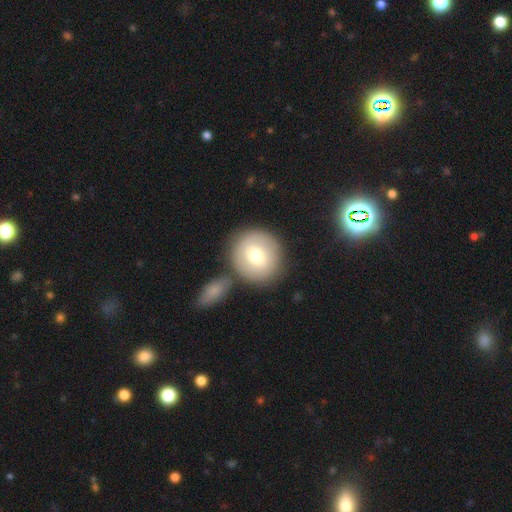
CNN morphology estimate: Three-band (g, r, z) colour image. It shows a smooth galaxy with no disk features (71%) that is round (89%). Merging: none (70%).